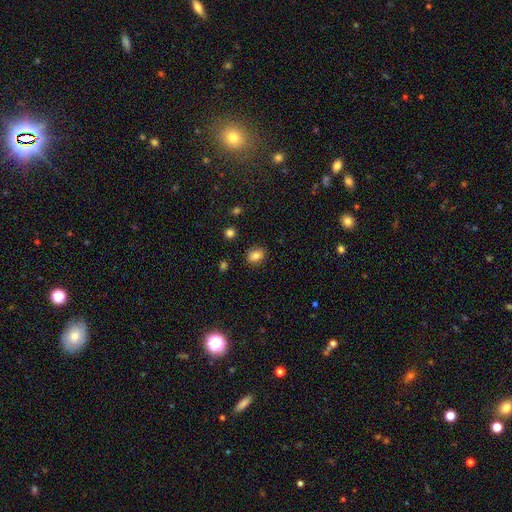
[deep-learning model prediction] Q: Smooth or featured?
A: smooth (81%); runner-up: star or artifact (10%)
Q: How rounded?
A: in between (60%); runner-up: round (39%)
Q: Merging?
A: none (86%); runner-up: minor disturbance (10%)